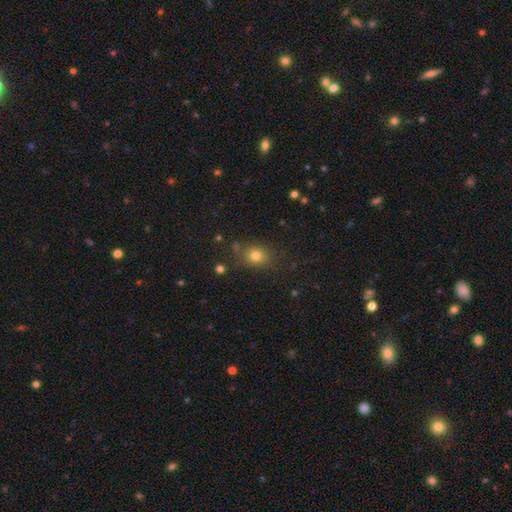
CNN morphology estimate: Smooth or featured?
  - smooth: 77% *
  - star or artifact: 15%
  - featured or disk: 8%
How rounded?
  - round: 64% *
  - in between: 35%
  - cigar-shaped: 1%
Merging?
  - none: 79% *
  - minor disturbance: 13%
  - major disturbance: 4%
  - merger: 3%